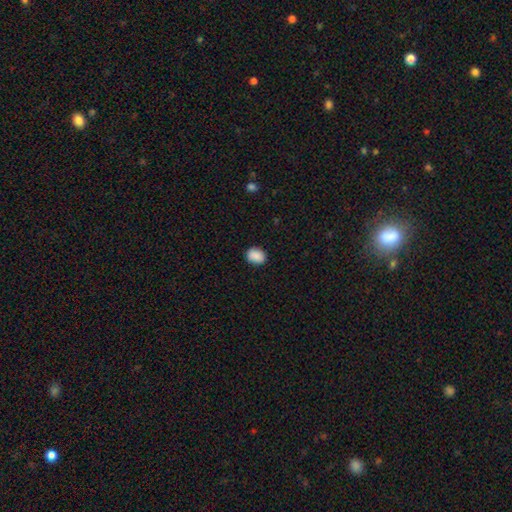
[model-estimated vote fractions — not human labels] This is clearly a smooth galaxy (89%). How rounded: possibly in between (55%). Merging: clearly none (87%).